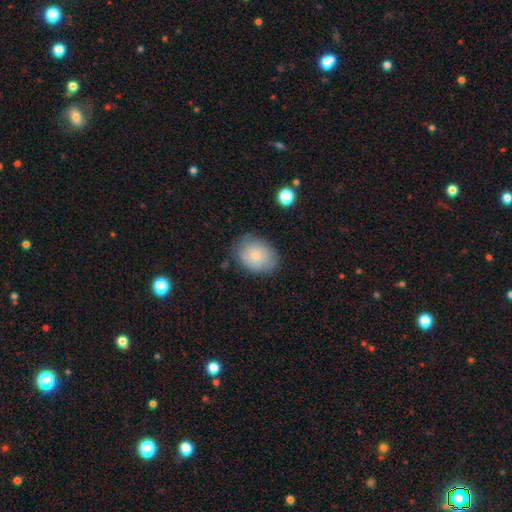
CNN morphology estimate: Smooth or featured? Predicted: smooth (p=0.77). How rounded? Predicted: in between (p=0.62). Merging? Predicted: none (p=0.75).